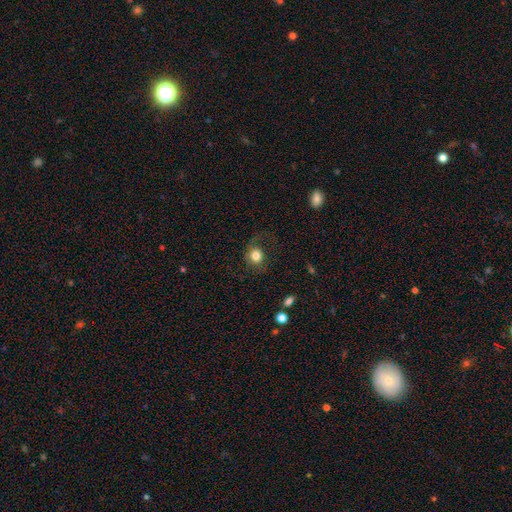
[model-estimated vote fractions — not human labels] Overall: smooth (72%). How rounded: round (78%). Merging: none (54%; major disturbance 25%).